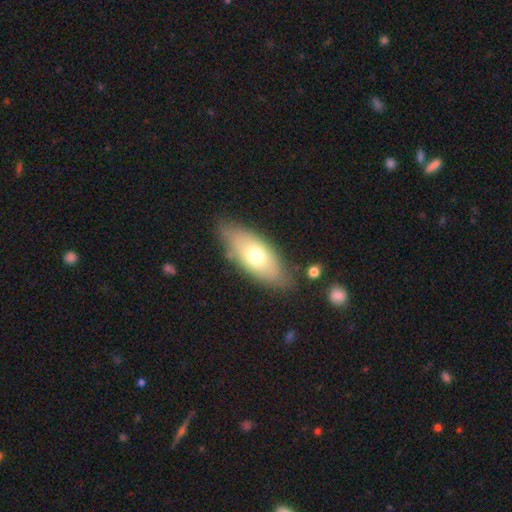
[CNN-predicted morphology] smooth-or-featured: smooth: 64% | featured or disk: 28% | star or artifact: 7%
  how-rounded: in between: 79% | cigar-shaped: 17% | round: 4%
  merging: none: 77% | minor disturbance: 15% | major disturbance: 5% | merger: 3%